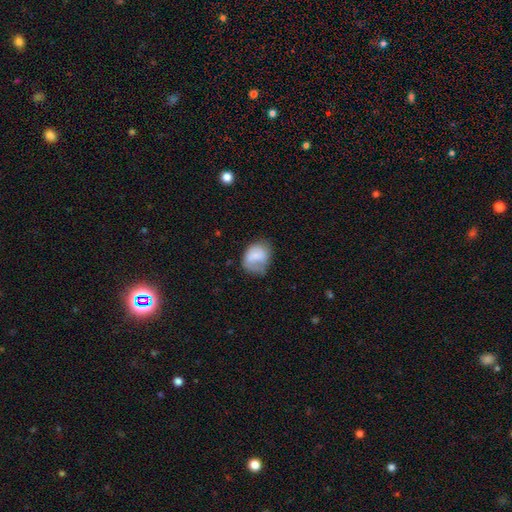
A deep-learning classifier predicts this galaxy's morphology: This is likely a smooth galaxy (71%). How rounded: possibly in between (58%). Merging: marginally none (37%).